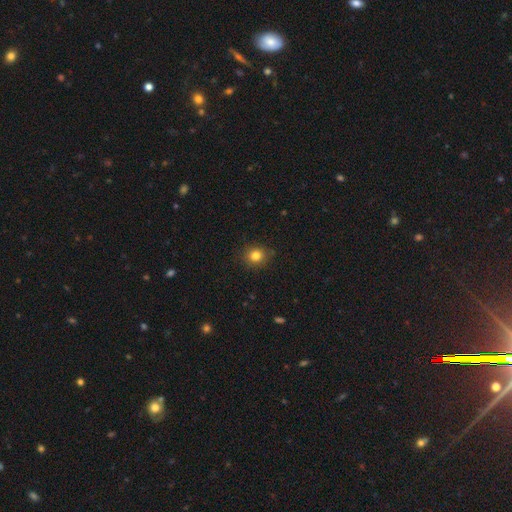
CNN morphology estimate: Smooth or featured?
  - smooth: 82% *
  - star or artifact: 12%
  - featured or disk: 6%
How rounded?
  - round: 83% *
  - in between: 16%
  - cigar-shaped: 1%
Merging?
  - none: 87% *
  - minor disturbance: 9%
  - major disturbance: 2%
  - merger: 1%